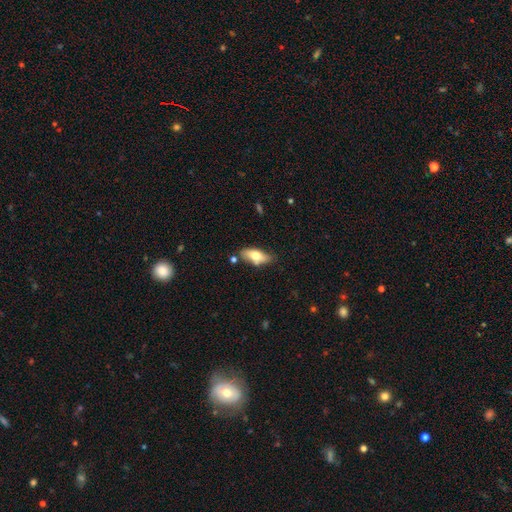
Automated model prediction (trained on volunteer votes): smooth-or-featured: smooth: 64% | featured or disk: 29% | star or artifact: 6%
  how-rounded: in between: 78% | cigar-shaped: 19% | round: 3%
  merging: none: 74% | minor disturbance: 17% | merger: 6% | major disturbance: 3%